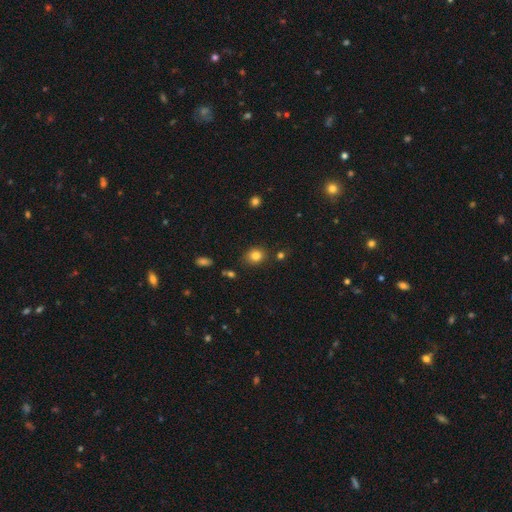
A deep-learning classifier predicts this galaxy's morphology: Overall: smooth (81%). How rounded: round (69%; in between 30%). Merging: none (83%).